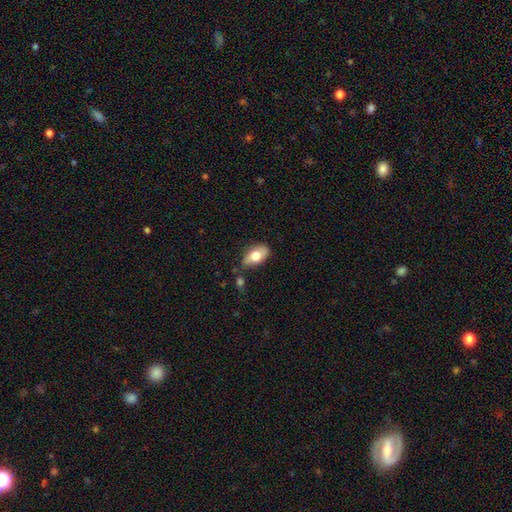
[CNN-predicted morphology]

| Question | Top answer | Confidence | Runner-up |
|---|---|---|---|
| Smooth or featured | smooth | 70% | featured or disk (24%) |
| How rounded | in between | 91% | round (6%) |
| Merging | none | 68% | minor disturbance (21%) |